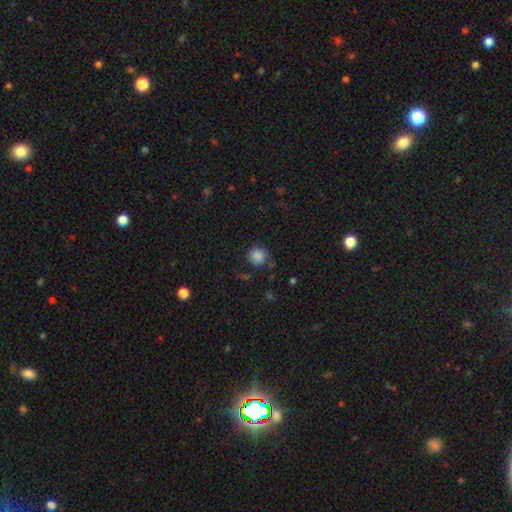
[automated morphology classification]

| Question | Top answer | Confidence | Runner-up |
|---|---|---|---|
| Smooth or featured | smooth | 85% | star or artifact (11%) |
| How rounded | round | 93% | in between (6%) |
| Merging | none | 80% | minor disturbance (13%) |